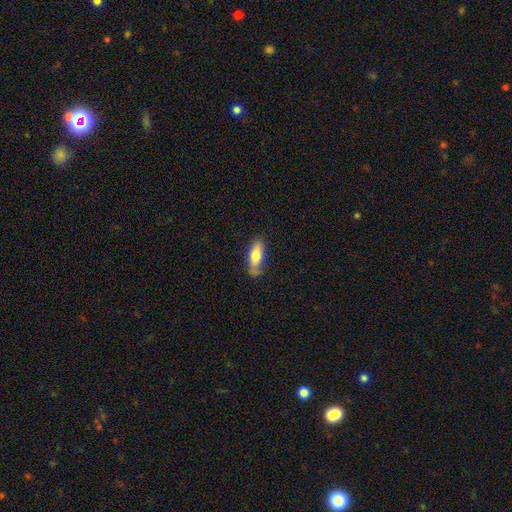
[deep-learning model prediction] The model was most divided on "merging": none: 66%, minor disturbance: 25%, major disturbance: 6%, merger: 4%. More confident: smooth or featured — smooth (74%); how rounded — in between (72%).